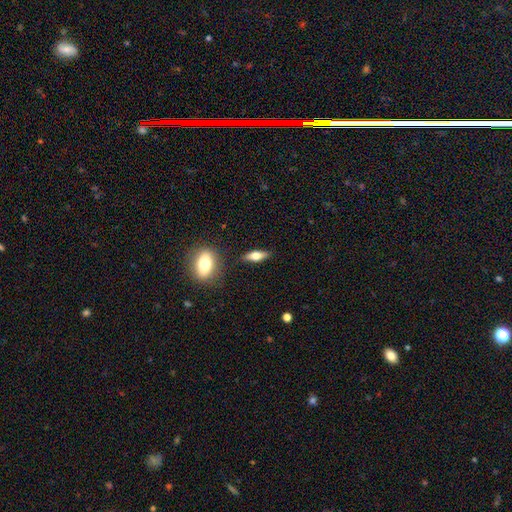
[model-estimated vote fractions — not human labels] Smooth or featured: smooth — 55% (featured or disk — 38%)
How rounded: in between — 55% (cigar-shaped — 40%)
Merging: none — 83% (minor disturbance — 10%)